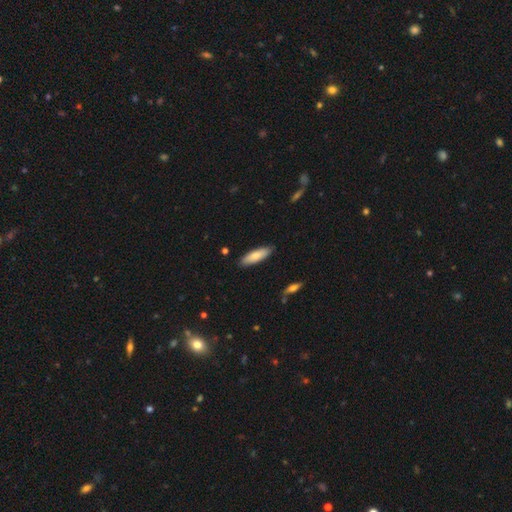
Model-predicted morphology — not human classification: smooth 77%, featured or disk 17%, star or artifact 6%. Down the decision tree: how rounded — cigar-shaped (52%); merging — none (87%).